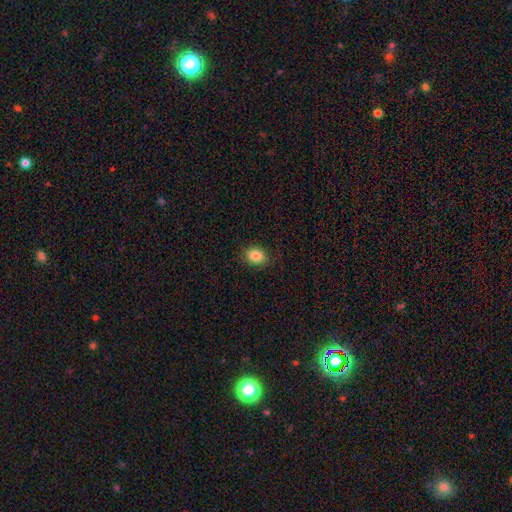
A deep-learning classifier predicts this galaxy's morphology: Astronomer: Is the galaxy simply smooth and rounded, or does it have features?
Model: smooth — 85%.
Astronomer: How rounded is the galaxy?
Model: in between — 68%.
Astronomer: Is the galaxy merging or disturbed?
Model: none — 87%.